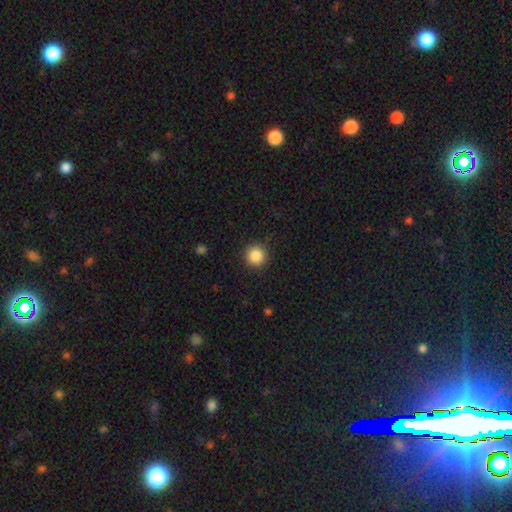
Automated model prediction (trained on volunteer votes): A smooth galaxy with no disk features (87%) that is round (95%).

Vote fractions:
- Smooth or featured? smooth: 87% / star or artifact: 9% / featured or disk: 4%
- How rounded? round: 95% / in between: 4% / cigar-shaped: 1%
- Merging? none: 90% / minor disturbance: 6% / major disturbance: 2% / merger: 1%